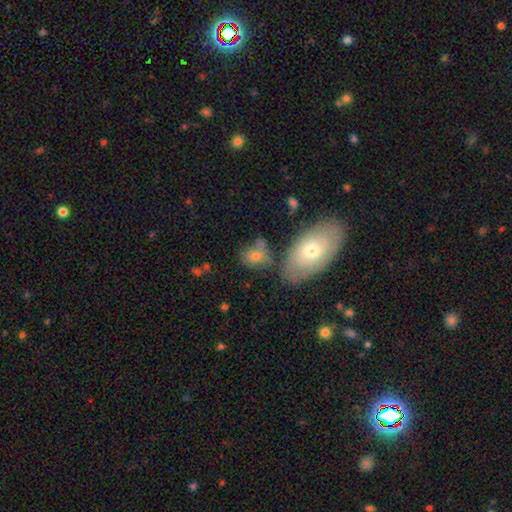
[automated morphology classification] type=smooth (72%); roundness=in between (59%); merging=none (50%).